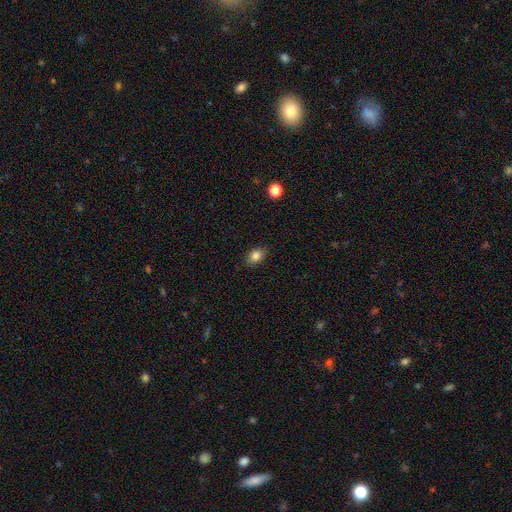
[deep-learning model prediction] This is clearly a smooth galaxy (84%). How rounded: likely in between (78%). Merging: clearly none (86%).